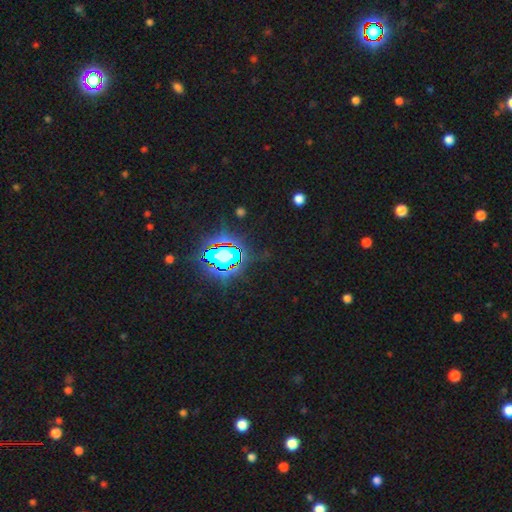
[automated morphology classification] Smooth or featured?
  - star or artifact: 82% *
  - smooth: 11%
  - featured or disk: 7%